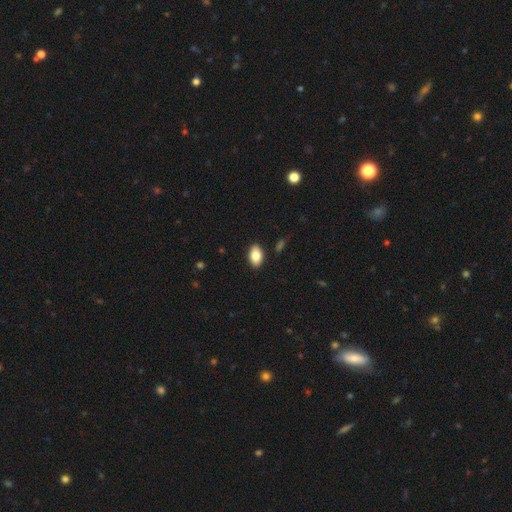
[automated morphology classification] Smooth or featured? Predicted: smooth (p=0.84). How rounded? Predicted: in between (p=0.91). Merging? Predicted: none (p=0.89).